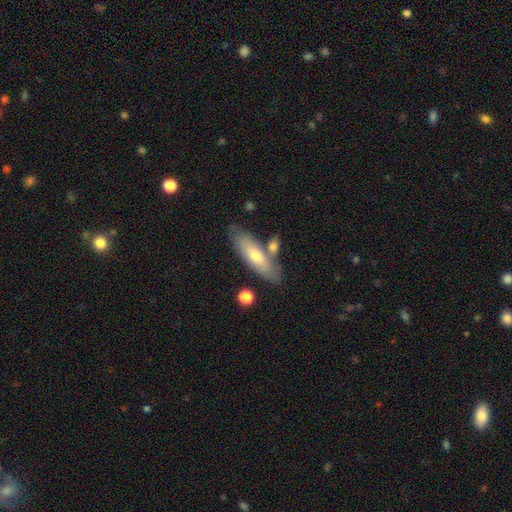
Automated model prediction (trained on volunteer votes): Morphology: type=smooth (62%); roundness=cigar-shaped (50%); merging=none (70%).